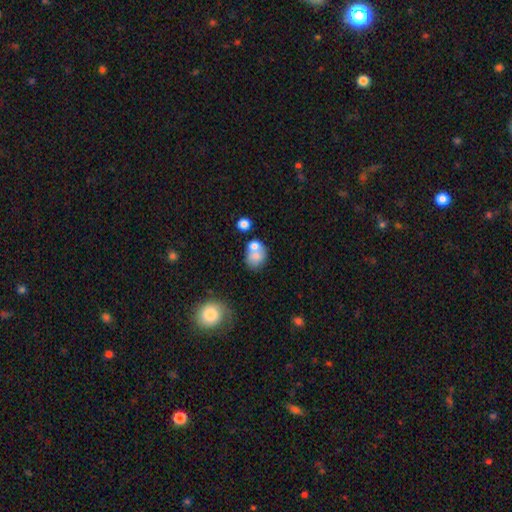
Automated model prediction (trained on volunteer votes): smooth 73%, featured or disk 18%, star or artifact 9%. Down the decision tree: how rounded — round (62%); merging — merger (46%).